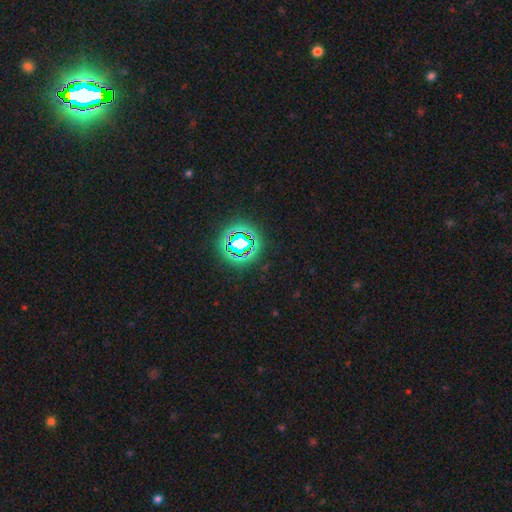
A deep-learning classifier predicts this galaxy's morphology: Q: Smooth or featured?
A: star or artifact (80%); runner-up: smooth (14%)